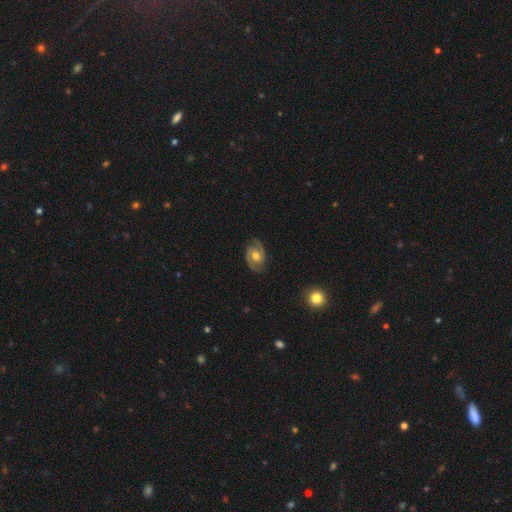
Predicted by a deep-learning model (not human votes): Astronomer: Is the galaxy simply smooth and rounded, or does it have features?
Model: featured or disk — 80%.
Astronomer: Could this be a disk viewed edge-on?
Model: no — 97%.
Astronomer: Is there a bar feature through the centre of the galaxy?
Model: no — 59% (runner-up: weak, 34%).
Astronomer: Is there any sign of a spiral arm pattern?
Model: yes — 93%.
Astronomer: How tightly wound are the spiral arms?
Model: medium — 48% (runner-up: tight, 38%).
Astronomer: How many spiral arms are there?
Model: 2 — 91%.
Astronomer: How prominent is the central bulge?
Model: moderate — 77%.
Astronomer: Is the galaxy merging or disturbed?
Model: none — 82%.